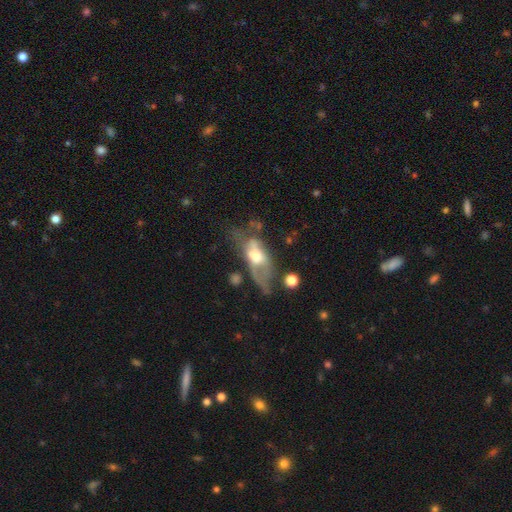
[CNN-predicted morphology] Overall: featured or disk (56%; smooth 36%). Edge-on disk: no (79%). Merging: major disturbance (41%; none 26%).